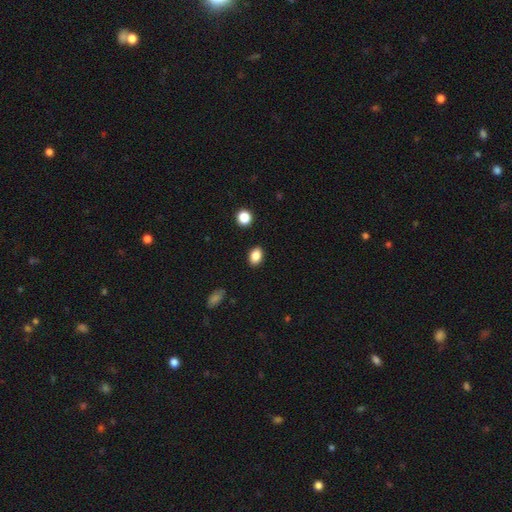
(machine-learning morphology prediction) The model was most divided on "how rounded": in between: 80%, round: 19%, cigar-shaped: 1%. More confident: merging — none (89%); smooth or featured — smooth (87%).